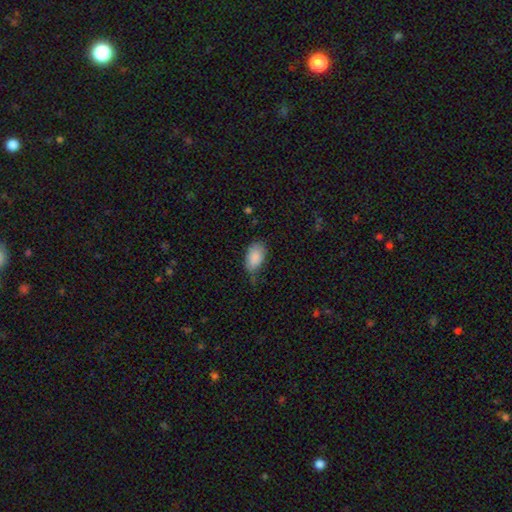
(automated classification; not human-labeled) Smooth or featured? Predicted: smooth (p=0.88). How rounded? Predicted: in between (p=0.92). Merging? Predicted: none (p=0.56).